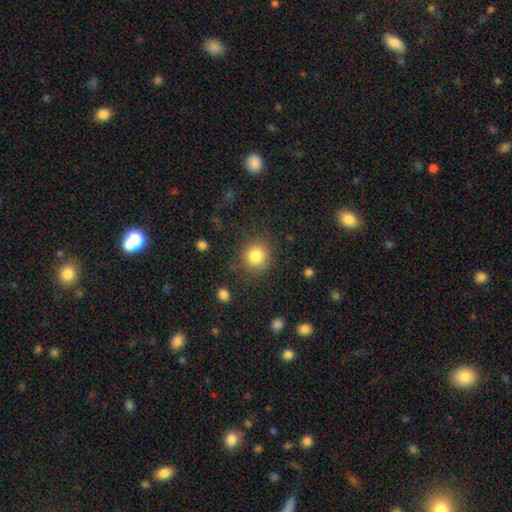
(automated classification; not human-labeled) A smooth galaxy with no disk features (83%) that is round (86%). Merging: none (82%).